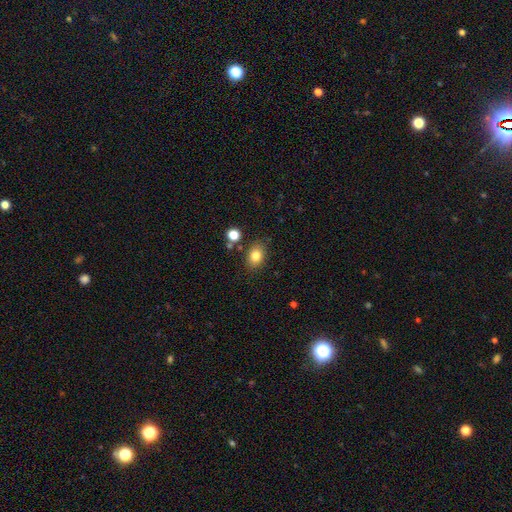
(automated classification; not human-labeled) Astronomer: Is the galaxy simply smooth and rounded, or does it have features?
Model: smooth — 81%.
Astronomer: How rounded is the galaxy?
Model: in between — 62% (runner-up: round, 37%).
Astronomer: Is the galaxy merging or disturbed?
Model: none — 81%.